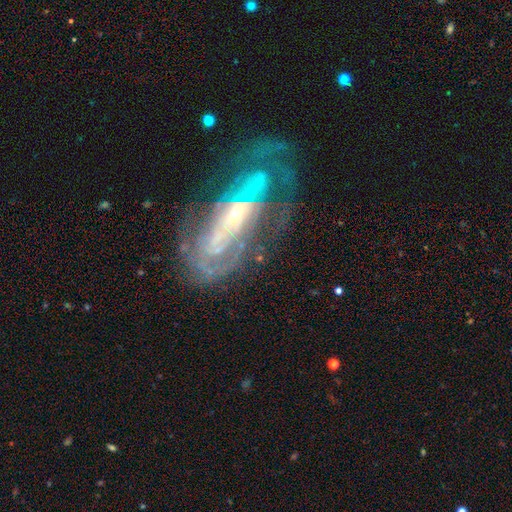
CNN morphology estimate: Smooth or featured: featured or disk — 81% (smooth — 11%)
Edge-on disk: no — 86% (yes — 14%)
Bar: no — 53% (weak — 25%)
Spiral arms: yes — 74% (no — 26%)
Spiral winding: tight — 60% (medium — 28%)
Spiral arm count: can't tell — 52% (2 — 24%)
Bulge size: small — 69% (moderate — 25%)
Merging: none — 54% (major disturbance — 21%)